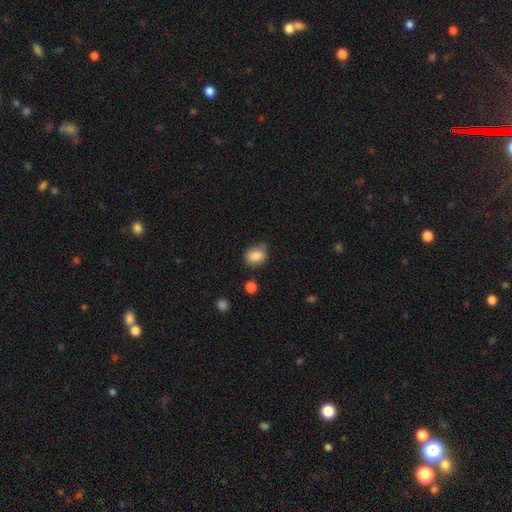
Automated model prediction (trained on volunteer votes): smooth_or_featured: smooth (p=0.82) [alt: featured or disk p=0.09]
how_rounded: in between (p=0.53) [alt: round p=0.46]
merging: none (p=0.63) [alt: minor disturbance p=0.27]